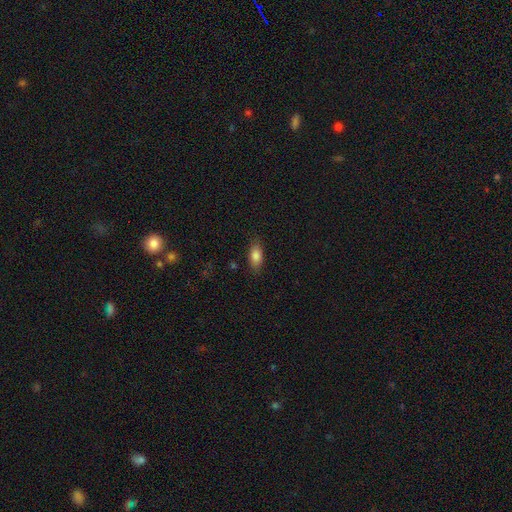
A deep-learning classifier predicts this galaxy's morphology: Smooth or featured?
  - smooth: 83% *
  - featured or disk: 9%
  - star or artifact: 8%
How rounded?
  - in between: 86% *
  - cigar-shaped: 11%
  - round: 4%
Merging?
  - none: 84% *
  - minor disturbance: 12%
  - major disturbance: 3%
  - merger: 1%